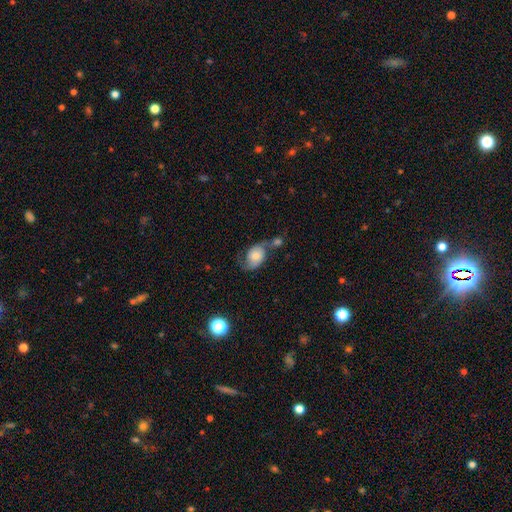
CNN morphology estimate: Smooth or featured? Predicted: smooth (p=0.48). Merging? Predicted: merger (p=0.32).